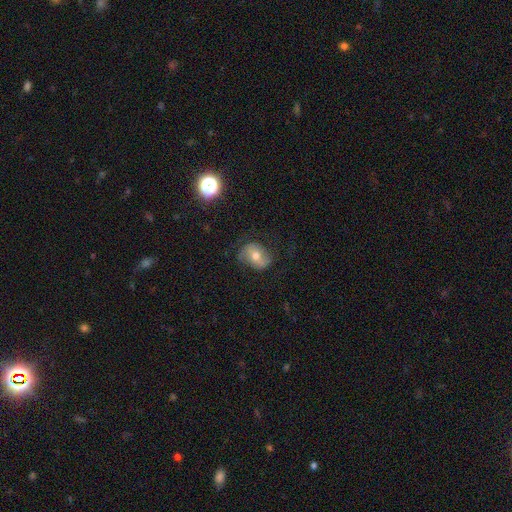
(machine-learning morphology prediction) Smooth or featured?
  - featured or disk: 46% *
  - smooth: 44%
  - star or artifact: 10%
Merging?
  - none: 66% *
  - minor disturbance: 22%
  - major disturbance: 11%
  - merger: 1%